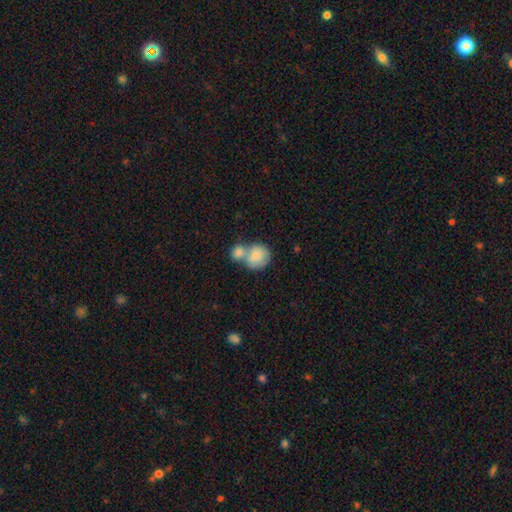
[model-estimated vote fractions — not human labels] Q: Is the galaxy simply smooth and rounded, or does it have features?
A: smooth — 80%.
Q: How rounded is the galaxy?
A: round — 78%.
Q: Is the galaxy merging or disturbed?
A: merger — 62%.